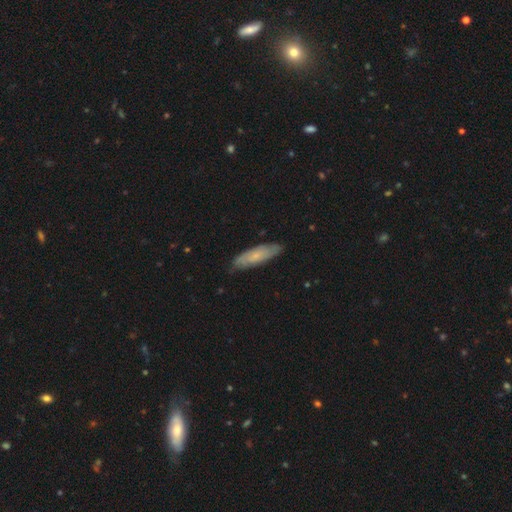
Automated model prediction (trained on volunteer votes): Morphology: type=smooth (58%); roundness=cigar-shaped (60%); merging=none (81%).